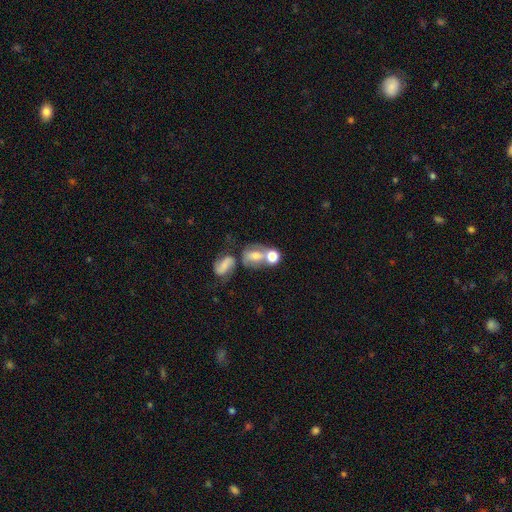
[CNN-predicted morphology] Smooth or featured: smooth — 48% (featured or disk — 37%)
Merging: merger — 48% (none — 31%)